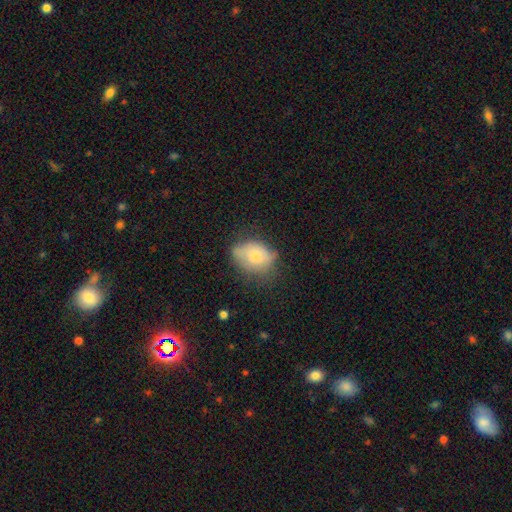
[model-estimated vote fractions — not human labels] A smooth galaxy with no disk features (69%) that is in between round and cigar-shaped (69%).

Vote fractions:
- Smooth or featured? smooth: 69% / featured or disk: 23% / star or artifact: 8%
- How rounded? in between: 69% / round: 29% / cigar-shaped: 1%
- Merging? none: 44% / minor disturbance: 37% / major disturbance: 15% / merger: 4%